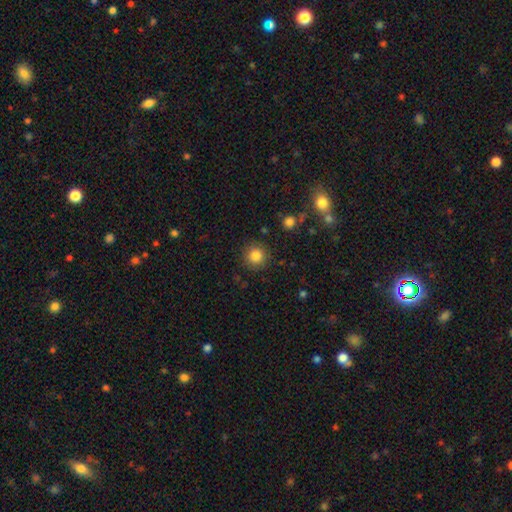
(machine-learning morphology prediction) Q: Smooth or featured?
A: smooth (84%); runner-up: star or artifact (11%)
Q: How rounded?
A: round (94%); runner-up: in between (5%)
Q: Merging?
A: none (89%); runner-up: minor disturbance (7%)